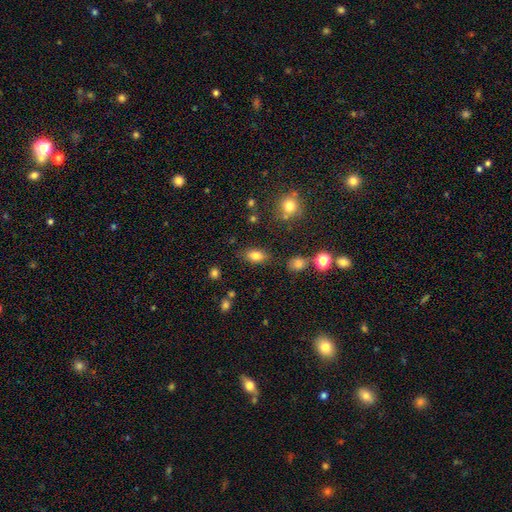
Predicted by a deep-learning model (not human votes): smooth 80%, star or artifact 10%, featured or disk 10%. Down the decision tree: how rounded — in between (86%); merging — none (81%).